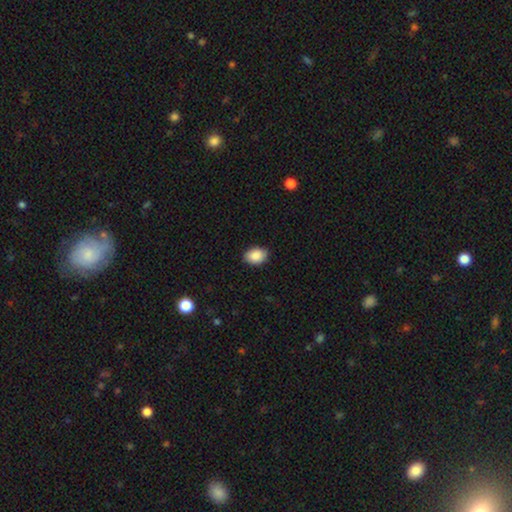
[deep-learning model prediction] Overall: smooth (89%). How rounded: in between (79%). Merging: none (86%).